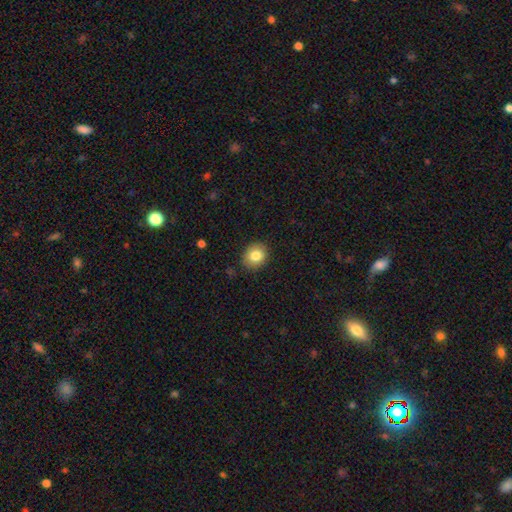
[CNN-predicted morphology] Q: Smooth or featured?
A: smooth (82%); runner-up: star or artifact (9%)
Q: How rounded?
A: round (66%); runner-up: in between (33%)
Q: Merging?
A: none (88%); runner-up: minor disturbance (9%)